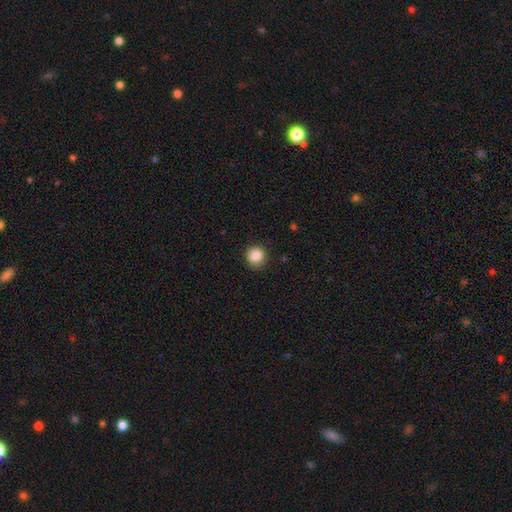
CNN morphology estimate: Smooth or featured? Predicted: smooth (p=0.87). How rounded? Predicted: round (p=0.89). Merging? Predicted: none (p=0.86).